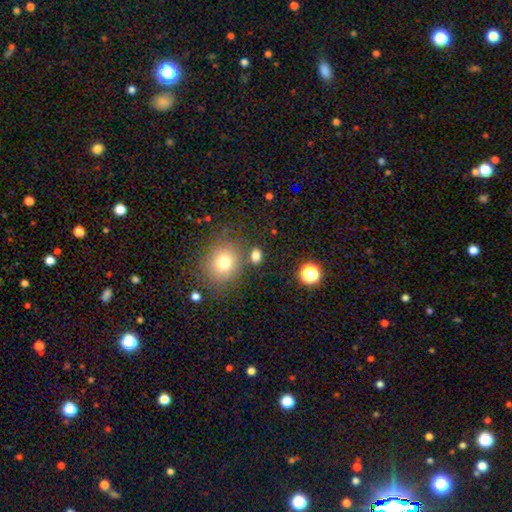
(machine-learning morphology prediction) smooth_or_featured: smooth (p=0.76) [alt: star or artifact p=0.16]
how_rounded: in between (p=0.53) [alt: round p=0.45]
merging: none (p=0.76) [alt: minor disturbance p=0.10]